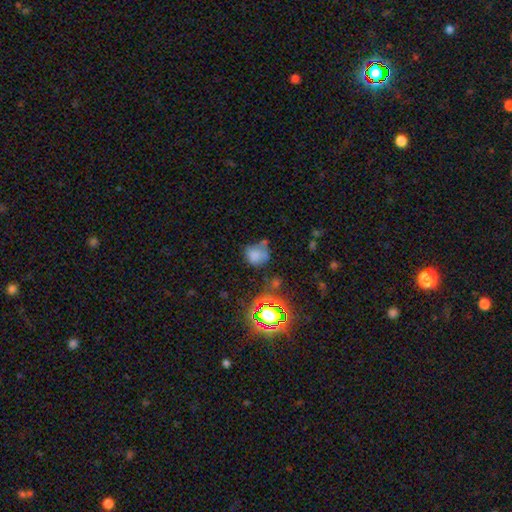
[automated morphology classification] Smooth or featured? Predicted: smooth (p=0.68). How rounded? Predicted: round (p=0.73). Merging? Predicted: none (p=0.48).